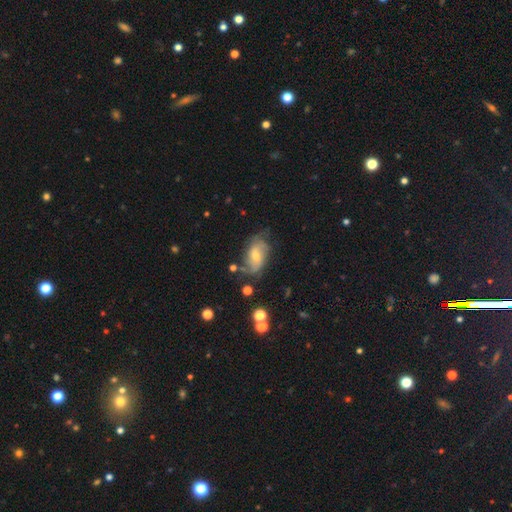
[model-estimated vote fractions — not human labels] The model was most divided on "bulge size": moderate: 49%, small: 44%, large: 3%, none: 3%, dominant: 1%. Remaining: edge-on disk — no (95%); spiral arms — yes (88%); smooth or featured — featured or disk (68%); bar — no (58%); merging — none (56%); spiral arm count — 2 (45%); spiral winding — medium (40%).